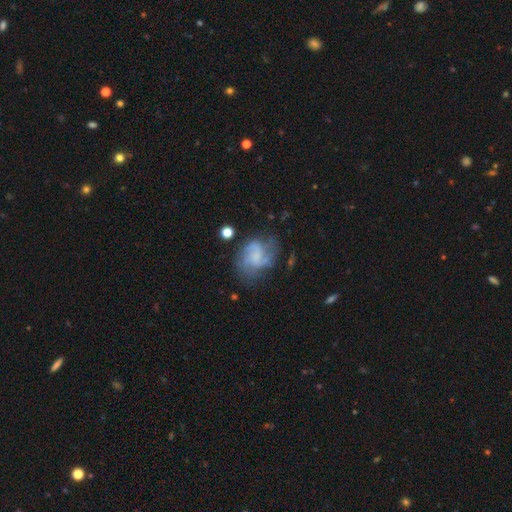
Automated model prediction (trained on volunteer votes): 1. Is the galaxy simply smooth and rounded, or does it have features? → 69% featured or disk, 23% smooth, 8% star or artifact.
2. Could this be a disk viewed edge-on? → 98% no, 2% yes.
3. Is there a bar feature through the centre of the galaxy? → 62% no, 32% weak, 6% strong.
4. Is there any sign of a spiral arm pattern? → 88% yes, 12% no.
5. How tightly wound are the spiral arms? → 45% medium, 31% loose, 24% tight.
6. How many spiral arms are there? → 44% 2, 22% 3, 21% can't tell, 5% 4, 5% 1, 4% more than 4.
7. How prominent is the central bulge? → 52% none, 27% small, 14% moderate, 5% large, 2% dominant.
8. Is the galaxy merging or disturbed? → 58% none, 22% minor disturbance, 17% major disturbance, 3% merger.